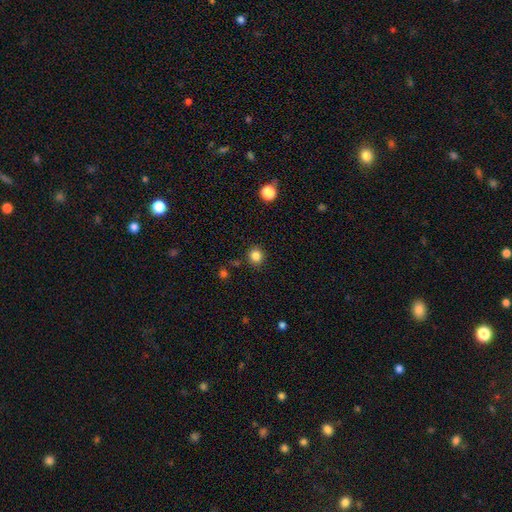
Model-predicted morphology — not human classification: smooth_or_featured: smooth (p=0.83) [alt: star or artifact p=0.12]
how_rounded: round (p=0.87) [alt: in between p=0.13]
merging: none (p=0.87) [alt: minor disturbance p=0.09]